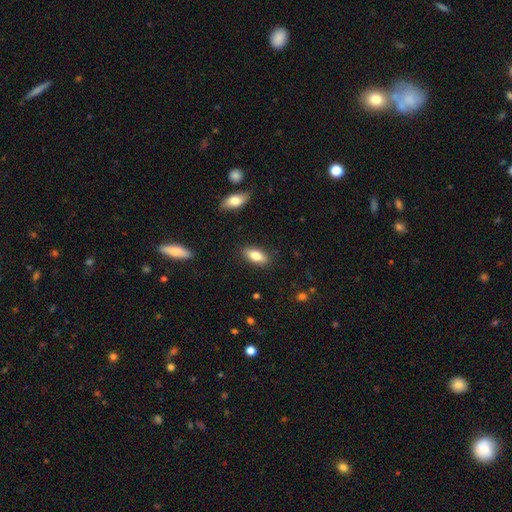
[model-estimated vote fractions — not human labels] Morphology: type=smooth (81%); roundness=in between (85%); merging=none (86%).